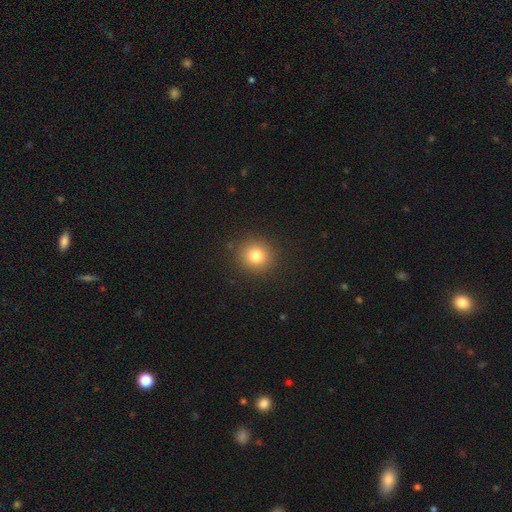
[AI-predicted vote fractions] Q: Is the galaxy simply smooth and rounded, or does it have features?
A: smooth — 80%.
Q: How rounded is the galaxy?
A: round — 90%.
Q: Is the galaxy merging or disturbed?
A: none — 90%.